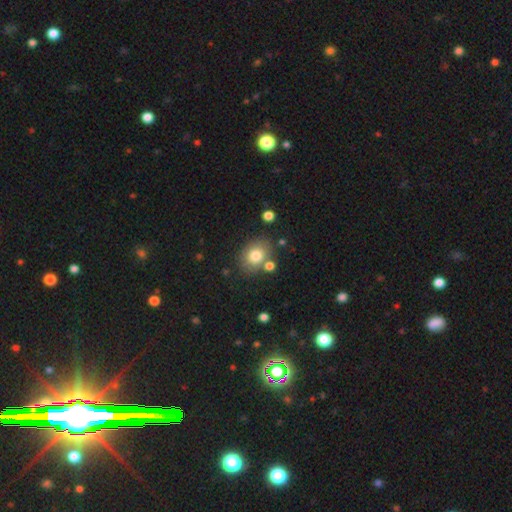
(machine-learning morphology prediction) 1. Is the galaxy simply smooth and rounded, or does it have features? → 79% smooth, 12% featured or disk, 10% star or artifact.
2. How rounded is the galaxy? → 54% in between, 45% round, 1% cigar-shaped.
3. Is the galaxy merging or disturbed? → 73% none, 13% minor disturbance, 10% merger, 4% major disturbance.